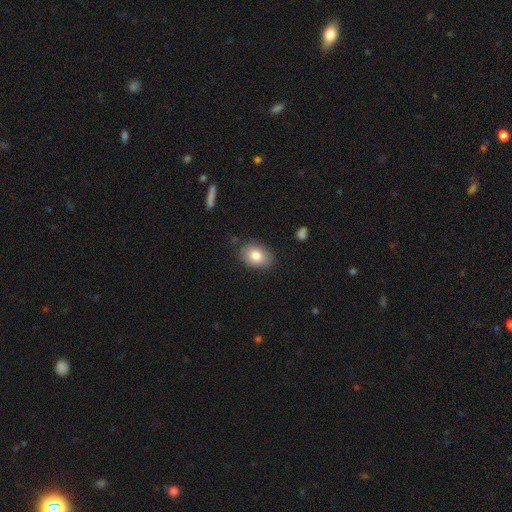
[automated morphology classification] Smooth or featured: smooth — 82% (featured or disk — 11%)
How rounded: in between — 82% (round — 17%)
Merging: none — 81% (minor disturbance — 14%)